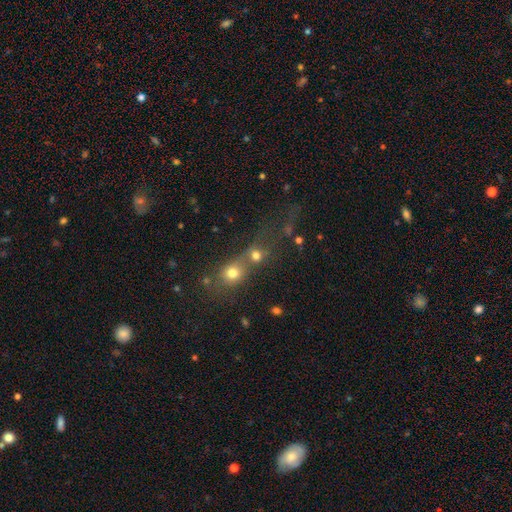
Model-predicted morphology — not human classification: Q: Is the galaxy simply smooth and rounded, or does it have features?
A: smooth — 63%.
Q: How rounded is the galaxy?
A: round — 77%.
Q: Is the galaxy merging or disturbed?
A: merger — 56%.